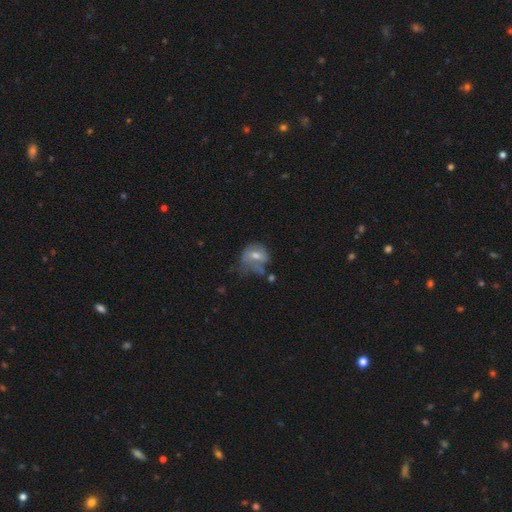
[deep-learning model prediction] smooth-or-featured: smooth: 55% | featured or disk: 34% | star or artifact: 10%
  how-rounded: round: 50% | in between: 49% | cigar-shaped: 1%
  merging: major disturbance: 31% | none: 30% | minor disturbance: 28% | merger: 11%